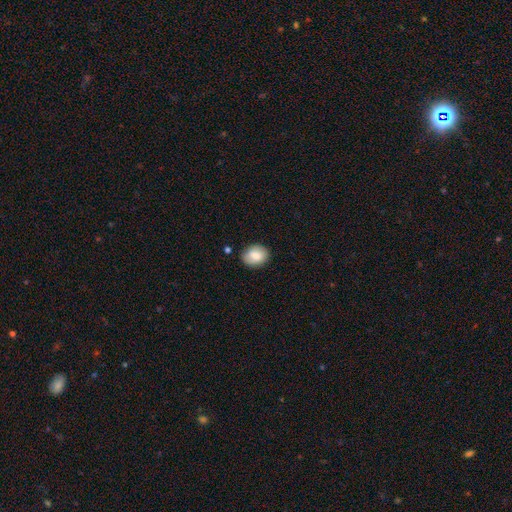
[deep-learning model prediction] The model was most divided on "how rounded": in between: 58%, round: 41%, cigar-shaped: 1%. More confident: merging — none (83%); smooth or featured — smooth (81%).